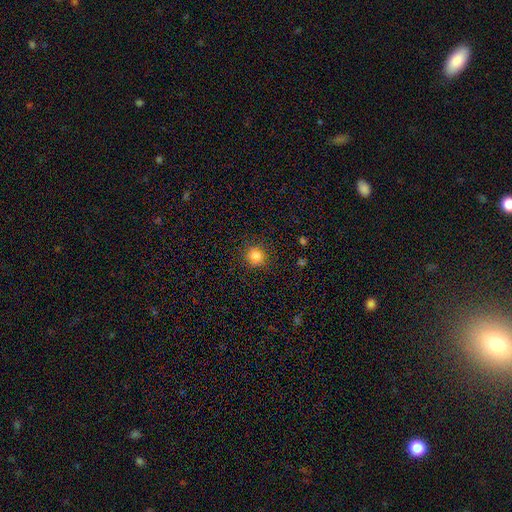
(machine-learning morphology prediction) smooth-or-featured: smooth: 83% | star or artifact: 12% | featured or disk: 5%
  how-rounded: round: 93% | in between: 7% | cigar-shaped: 1%
  merging: none: 89% | minor disturbance: 7% | major disturbance: 2% | merger: 1%